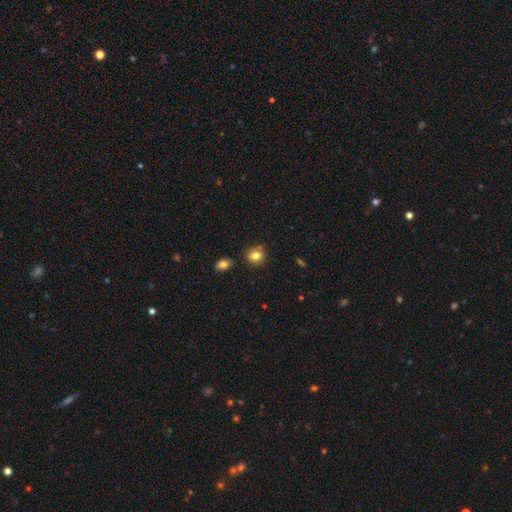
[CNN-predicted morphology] type=smooth (80%); roundness=round (72%); merging=none (76%).